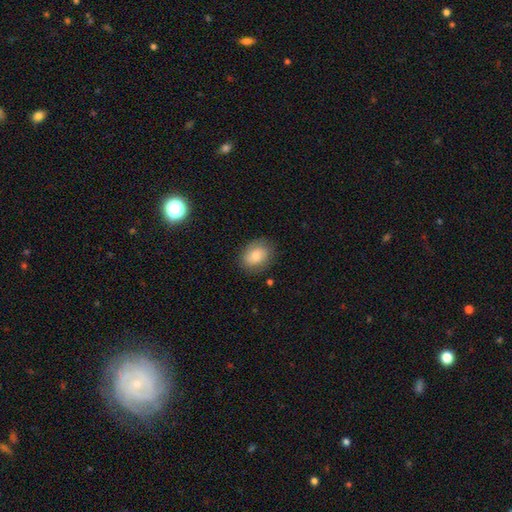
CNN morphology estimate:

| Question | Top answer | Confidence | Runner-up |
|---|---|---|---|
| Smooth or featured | smooth | 79% | featured or disk (13%) |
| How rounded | in between | 64% | round (34%) |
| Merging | none | 81% | minor disturbance (14%) |